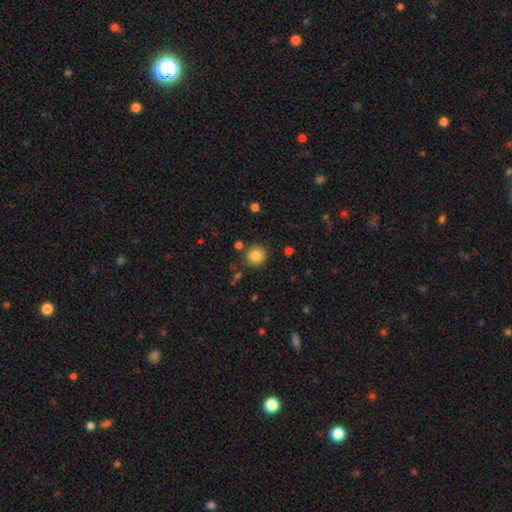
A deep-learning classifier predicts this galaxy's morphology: smooth 85%, star or artifact 10%, featured or disk 4%. Down the decision tree: how rounded — round (87%); merging — none (82%).